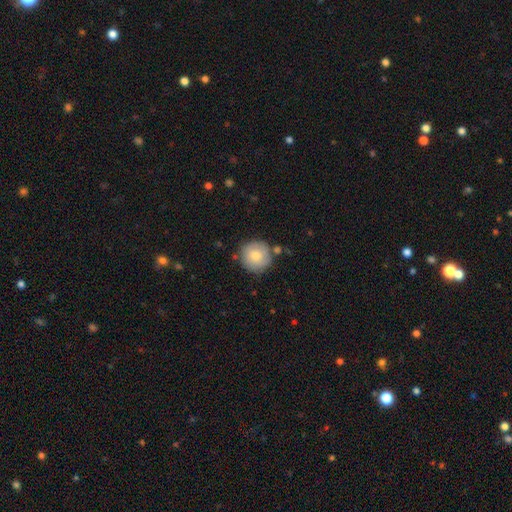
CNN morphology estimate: A smooth galaxy with no disk features (74%) that is round (94%).

Vote fractions:
- Smooth or featured? smooth: 74% / featured or disk: 20% / star or artifact: 7%
- How rounded? round: 94% / in between: 5% / cigar-shaped: 1%
- Merging? none: 77% / minor disturbance: 14% / merger: 5% / major disturbance: 4%